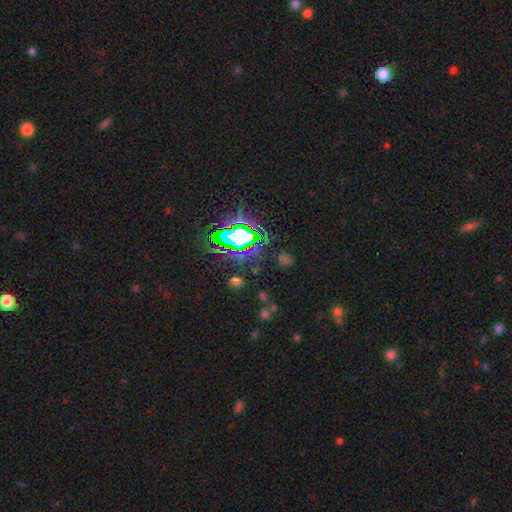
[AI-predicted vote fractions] The model was most divided on "smooth or featured": star or artifact: 77%, smooth: 14%, featured or disk: 9%.